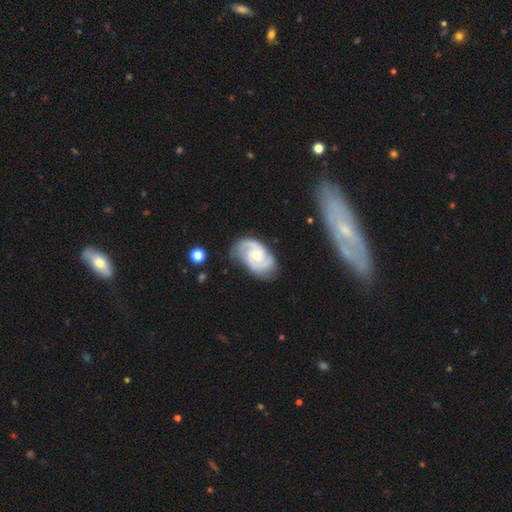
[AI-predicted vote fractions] Smooth or featured: featured or disk — 86% (smooth — 10%)
Edge-on disk: no — 97% (yes — 3%)
Bar: no — 60% (weak — 35%)
Spiral arms: yes — 97% (no — 3%)
Spiral winding: tight — 48% (medium — 43%)
Spiral arm count: 2 — 62% (3 — 19%)
Bulge size: small — 59% (moderate — 36%)
Merging: none — 70% (minor disturbance — 21%)